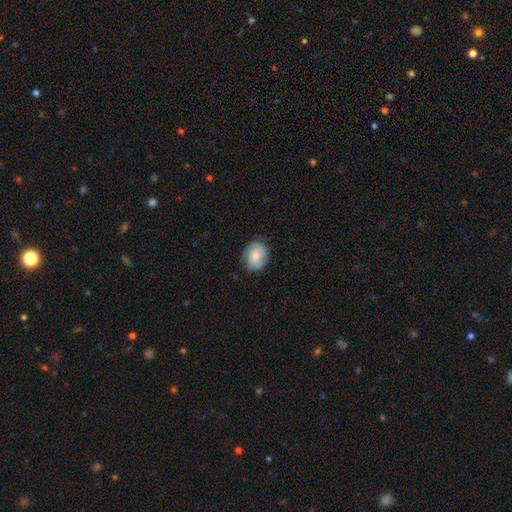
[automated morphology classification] Smooth or featured? smooth (66%)
How rounded? round (51%)
Merging? none (81%)